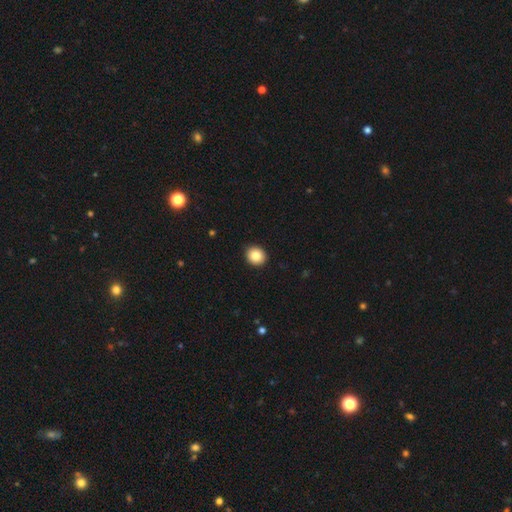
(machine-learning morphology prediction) Smooth or featured? smooth (85%)
How rounded? round (77%)
Merging? none (92%)